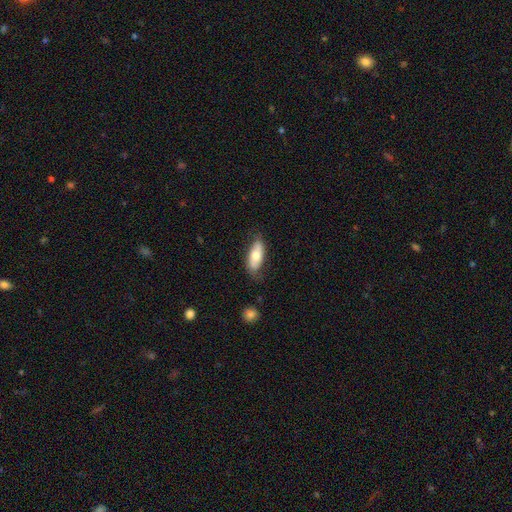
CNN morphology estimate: Q: Smooth or featured?
A: smooth (66%); runner-up: featured or disk (28%)
Q: How rounded?
A: in between (82%); runner-up: cigar-shaped (15%)
Q: Merging?
A: none (71%); runner-up: minor disturbance (22%)